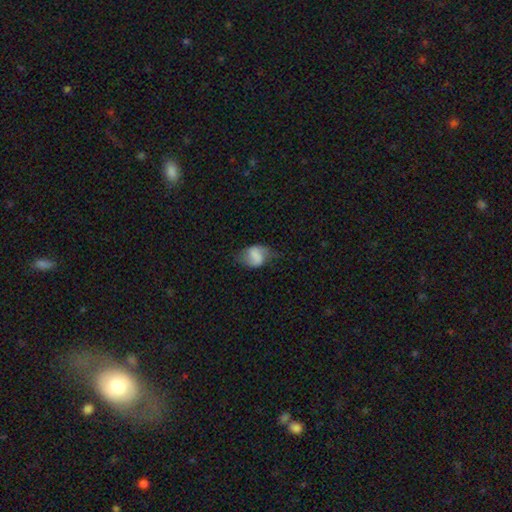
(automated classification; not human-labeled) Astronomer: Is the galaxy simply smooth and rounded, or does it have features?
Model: featured or disk — 47% (runner-up: smooth, 44%).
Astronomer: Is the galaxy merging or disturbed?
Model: none — 55%.